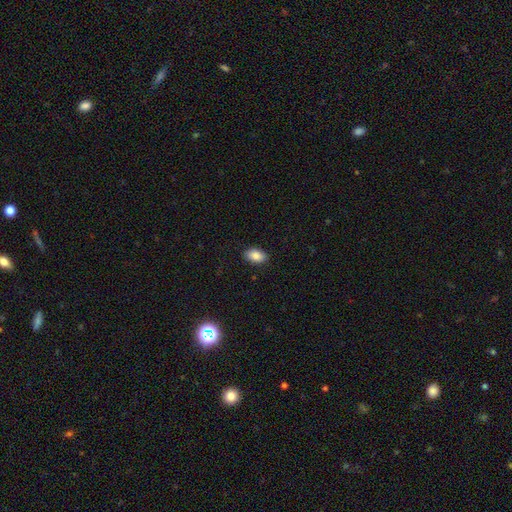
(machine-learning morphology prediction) The model was most divided on "smooth or featured": smooth: 86%, star or artifact: 8%, featured or disk: 6%. More confident: how rounded — in between (90%); merging — none (88%).